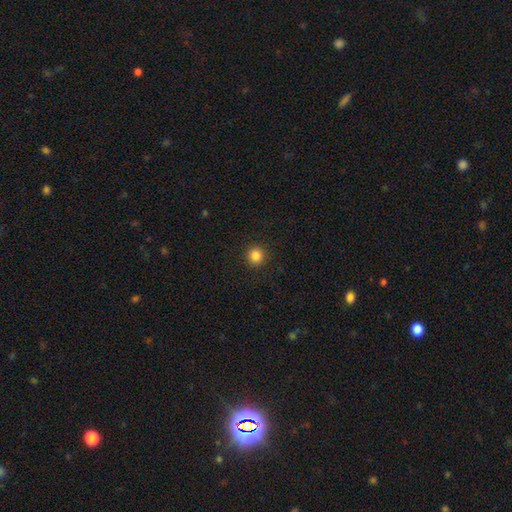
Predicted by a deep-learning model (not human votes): A smooth galaxy with no disk features (85%) that is round (92%).

Vote fractions:
- Smooth or featured? smooth: 85% / star or artifact: 11% / featured or disk: 4%
- How rounded? round: 92% / in between: 7% / cigar-shaped: 1%
- Merging? none: 92% / minor disturbance: 5% / major disturbance: 2% / merger: 1%